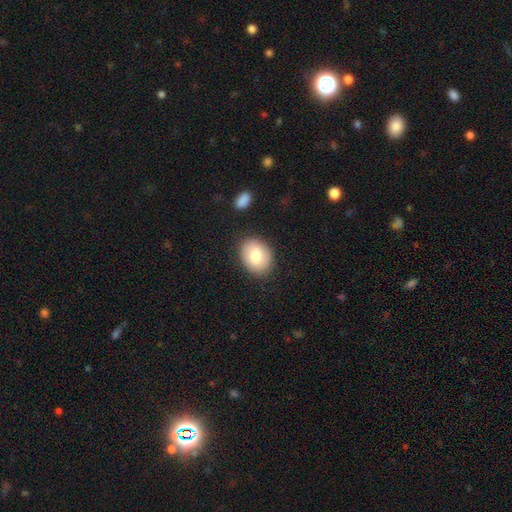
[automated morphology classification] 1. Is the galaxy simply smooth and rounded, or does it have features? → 77% smooth, 15% featured or disk, 7% star or artifact.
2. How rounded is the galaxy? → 61% in between, 38% round, 1% cigar-shaped.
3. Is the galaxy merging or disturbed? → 84% none, 11% minor disturbance, 3% major disturbance, 2% merger.